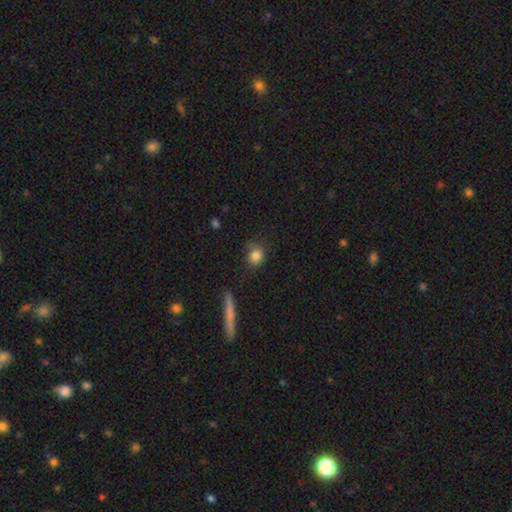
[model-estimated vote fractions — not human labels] smooth_or_featured: smooth (p=0.84) [alt: star or artifact p=0.09]
how_rounded: round (p=0.73) [alt: in between p=0.24]
merging: none (p=0.75) [alt: minor disturbance p=0.17]